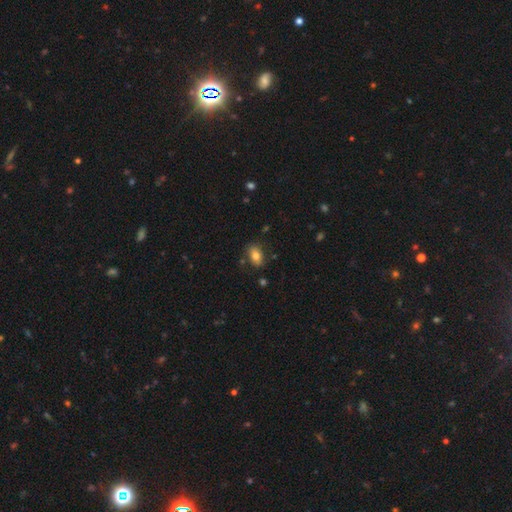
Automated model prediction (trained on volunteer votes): This is likely a smooth galaxy (77%). How rounded: clearly in between (85%). Merging: clearly none (80%).